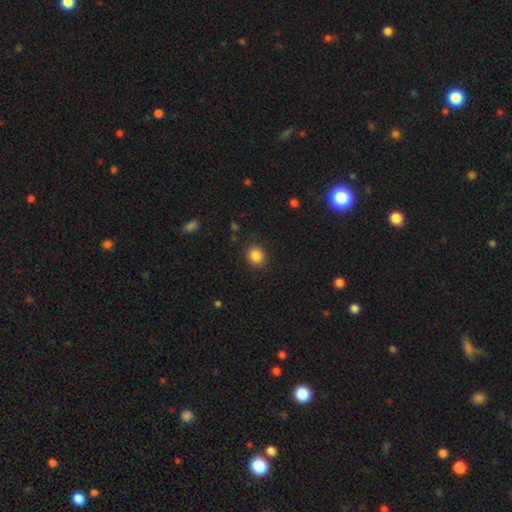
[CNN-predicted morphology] type=smooth (86%); roundness=round (79%); merging=none (88%).